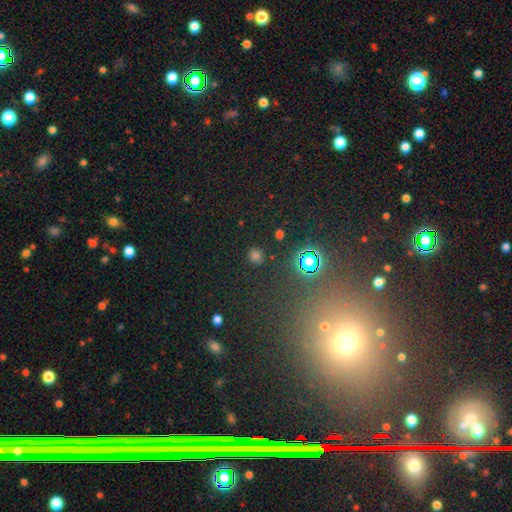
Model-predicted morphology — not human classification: smooth-or-featured: smooth: 61% | star or artifact: 33% | featured or disk: 6%
  how-rounded: round: 86% | in between: 12% | cigar-shaped: 1%
  merging: none: 87% | minor disturbance: 8% | major disturbance: 3% | merger: 2%